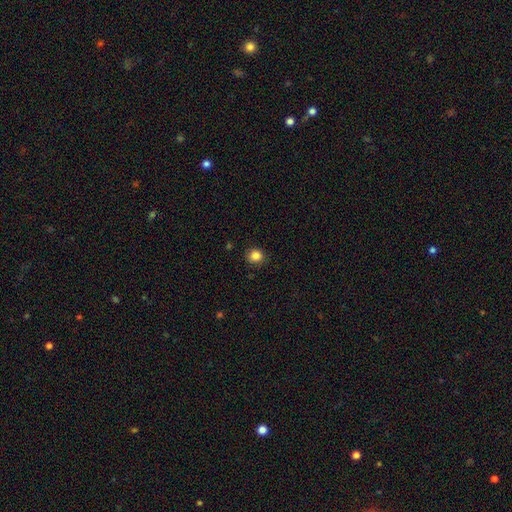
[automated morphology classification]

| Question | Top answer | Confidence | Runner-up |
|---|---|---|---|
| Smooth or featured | smooth | 85% | star or artifact (11%) |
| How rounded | round | 86% | in between (13%) |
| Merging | none | 89% | minor disturbance (8%) |